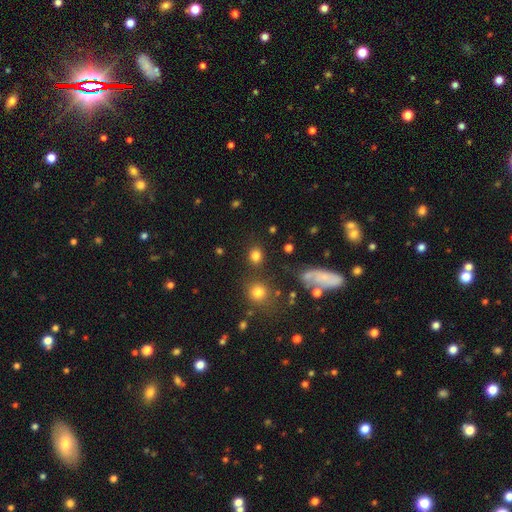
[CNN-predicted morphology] Smooth or featured: smooth — 80% (star or artifact — 13%)
How rounded: round — 68% (in between — 31%)
Merging: none — 81% (minor disturbance — 9%)